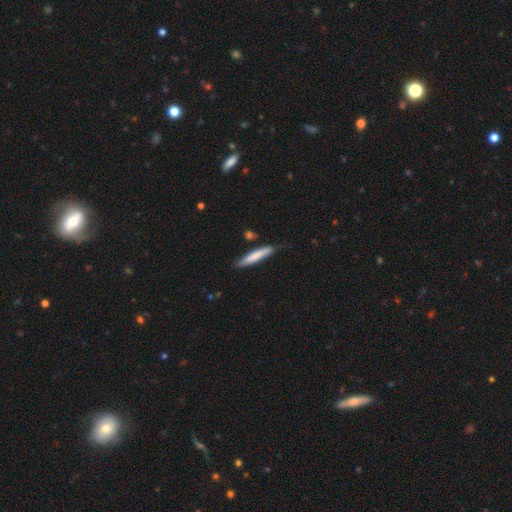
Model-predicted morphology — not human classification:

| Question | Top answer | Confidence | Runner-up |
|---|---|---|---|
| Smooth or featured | smooth | 73% | featured or disk (22%) |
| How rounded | cigar-shaped | 92% | in between (7%) |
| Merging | none | 79% | minor disturbance (15%) |